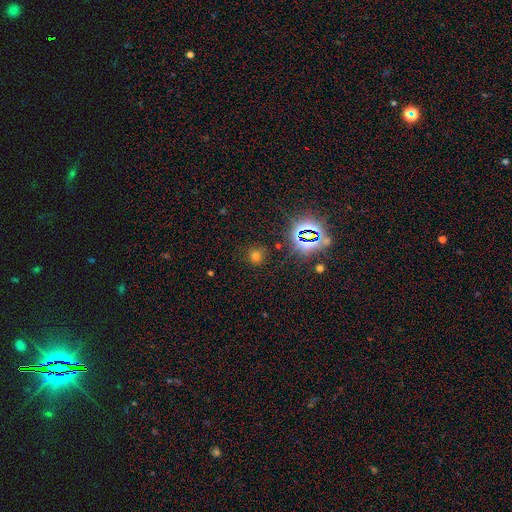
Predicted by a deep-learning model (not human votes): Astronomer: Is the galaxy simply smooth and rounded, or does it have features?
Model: smooth — 59%.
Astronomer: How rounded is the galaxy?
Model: round — 88%.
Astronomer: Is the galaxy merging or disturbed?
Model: none — 85%.